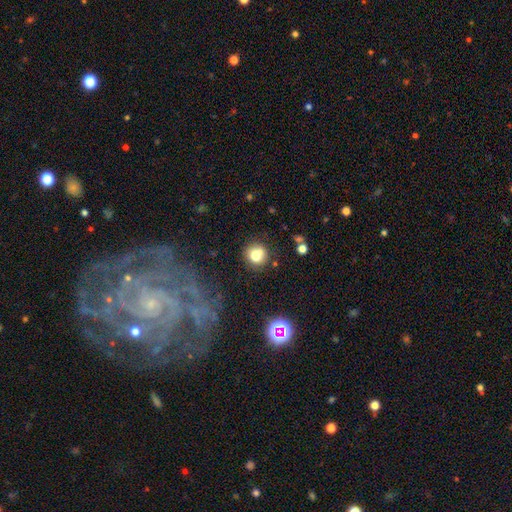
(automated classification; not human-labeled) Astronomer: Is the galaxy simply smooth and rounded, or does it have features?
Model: smooth — 73%.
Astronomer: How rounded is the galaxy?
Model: round — 86%.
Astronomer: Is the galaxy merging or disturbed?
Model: none — 60%.